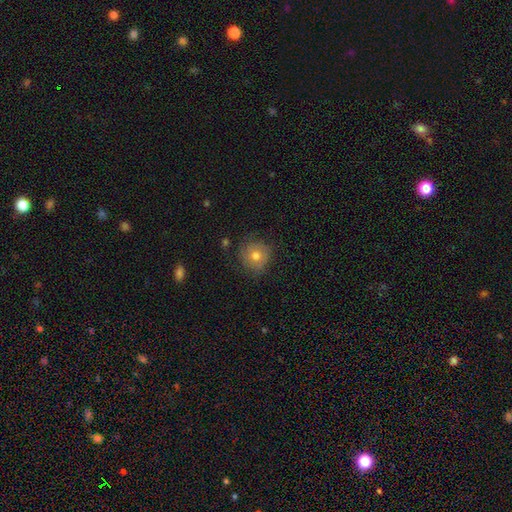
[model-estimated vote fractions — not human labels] Q: Smooth or featured?
A: smooth (71%); runner-up: featured or disk (18%)
Q: How rounded?
A: round (91%); runner-up: in between (8%)
Q: Merging?
A: none (74%); runner-up: minor disturbance (19%)